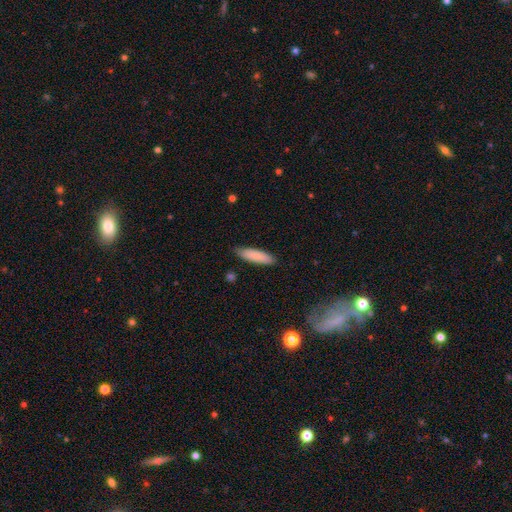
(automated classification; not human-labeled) smooth 84%, featured or disk 10%, star or artifact 6%. Down the decision tree: how rounded — cigar-shaped (65%); merging — none (84%).